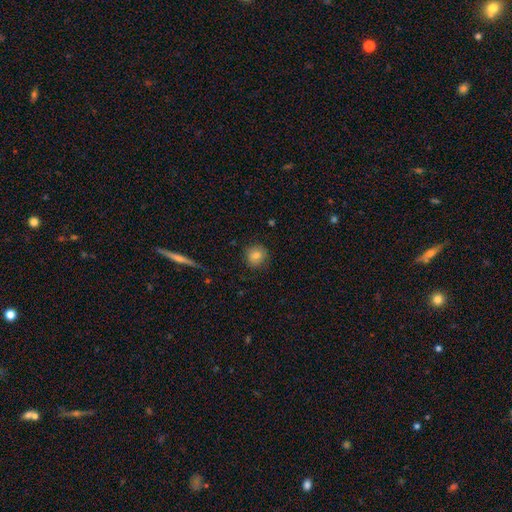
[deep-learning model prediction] smooth-or-featured: smooth: 82% | star or artifact: 10% | featured or disk: 9%
  how-rounded: round: 89% | in between: 10% | cigar-shaped: 1%
  merging: none: 83% | minor disturbance: 12% | major disturbance: 3% | merger: 1%